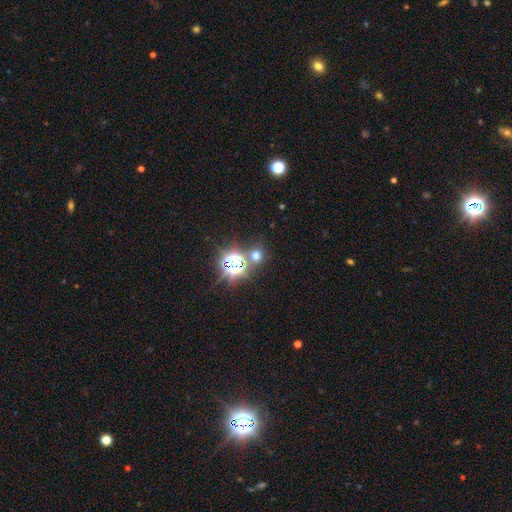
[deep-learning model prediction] Smooth or featured? Predicted: star or artifact (p=0.47).